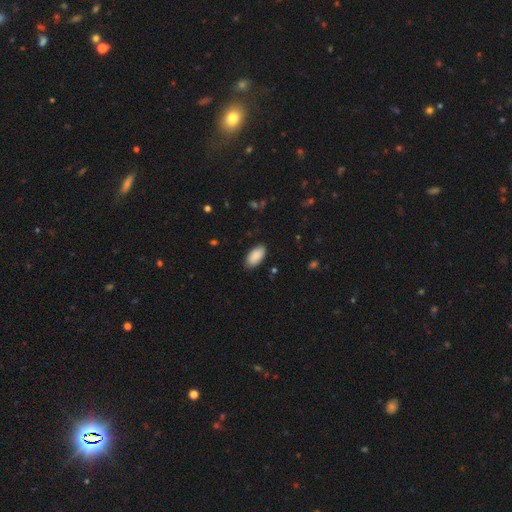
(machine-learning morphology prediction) Smooth or featured? Predicted: smooth (p=0.90). How rounded? Predicted: in between (p=0.95). Merging? Predicted: none (p=0.85).